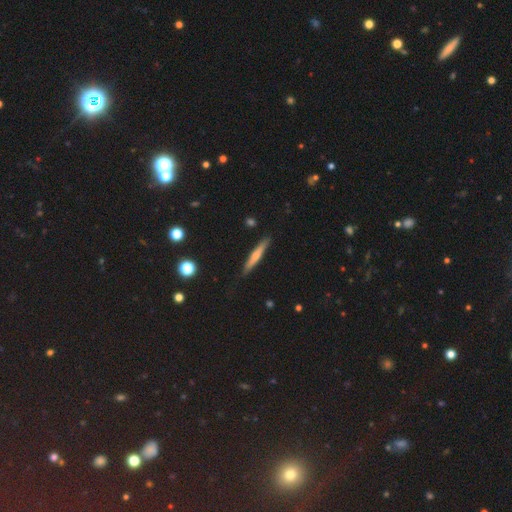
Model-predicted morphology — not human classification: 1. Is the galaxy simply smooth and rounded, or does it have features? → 55% smooth, 38% featured or disk, 6% star or artifact.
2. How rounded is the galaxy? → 93% cigar-shaped, 5% in between, 2% round.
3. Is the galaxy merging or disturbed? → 87% none, 9% minor disturbance, 2% major disturbance, 2% merger.